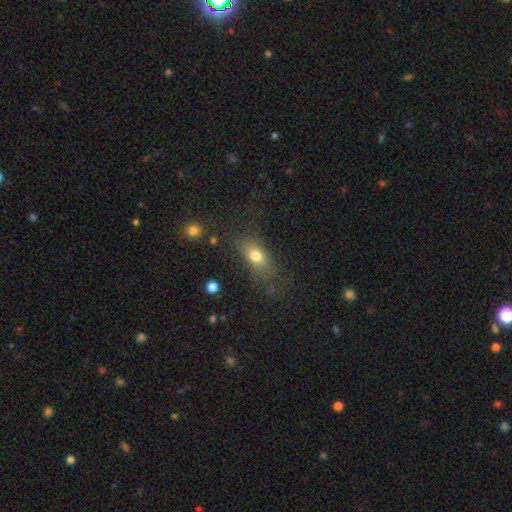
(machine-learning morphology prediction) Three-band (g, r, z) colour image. It shows a smooth galaxy with no disk features (73%) that is in between round and cigar-shaped (73%). Merging: none (64%).